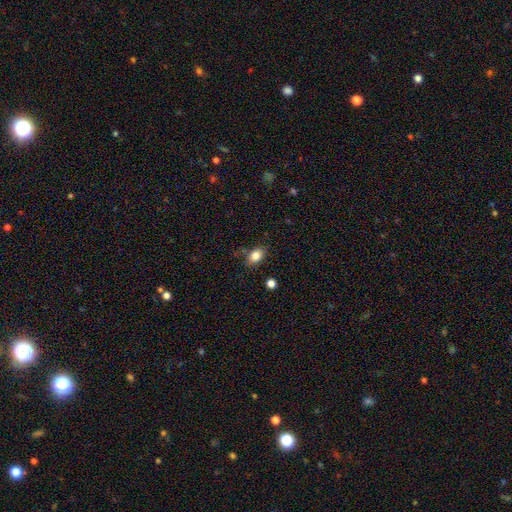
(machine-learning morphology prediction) Smooth or featured: smooth — 83% (star or artifact — 9%)
How rounded: in between — 80% (round — 19%)
Merging: none — 80% (minor disturbance — 14%)